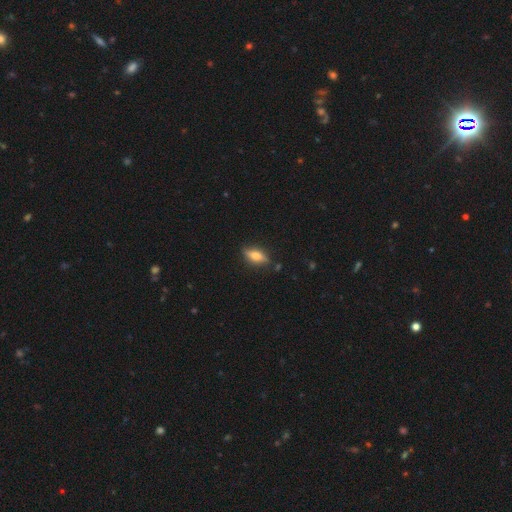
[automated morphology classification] This is possibly a smooth galaxy (50%). How rounded: likely in between (67%). Merging: likely none (80%).